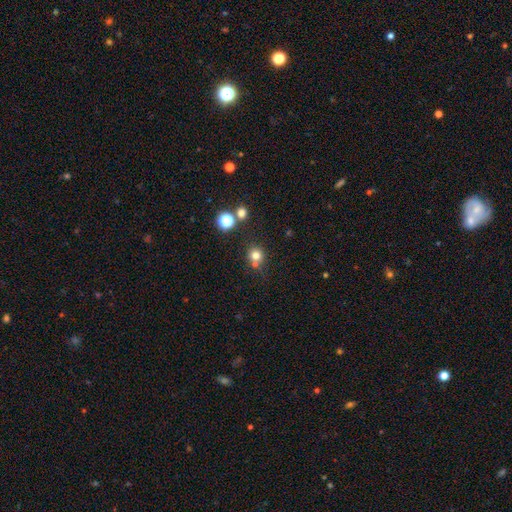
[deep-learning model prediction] Smooth or featured?
  - smooth: 75% *
  - star or artifact: 17%
  - featured or disk: 8%
How rounded?
  - round: 90% *
  - in between: 9%
  - cigar-shaped: 1%
Merging?
  - none: 67% *
  - merger: 19%
  - minor disturbance: 10%
  - major disturbance: 4%